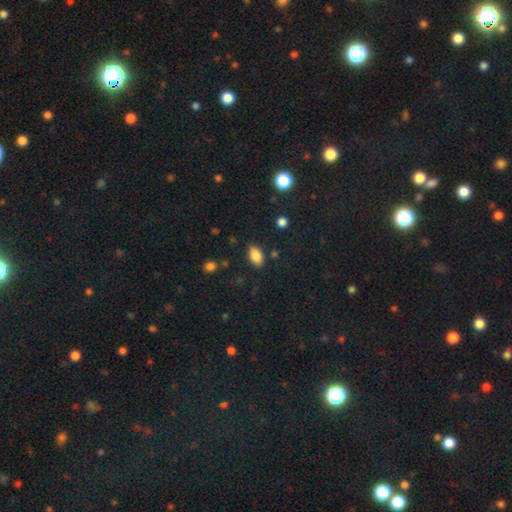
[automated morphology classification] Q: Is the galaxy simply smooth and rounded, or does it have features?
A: smooth — 84%.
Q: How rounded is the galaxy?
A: in between — 91%.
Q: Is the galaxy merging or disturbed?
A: none — 83%.